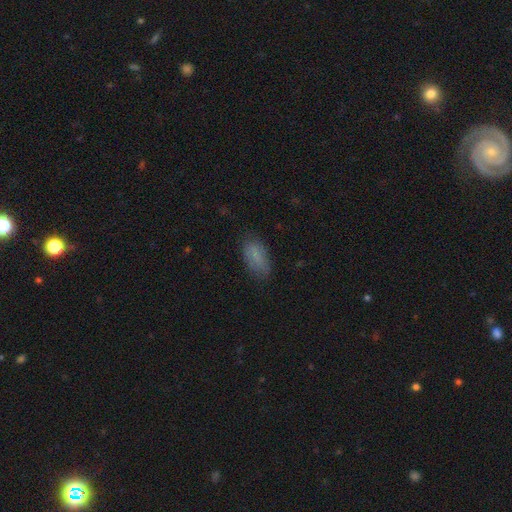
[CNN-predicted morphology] A smooth galaxy with no disk features (78%) that is in between round and cigar-shaped (90%). Merging: none (70%).